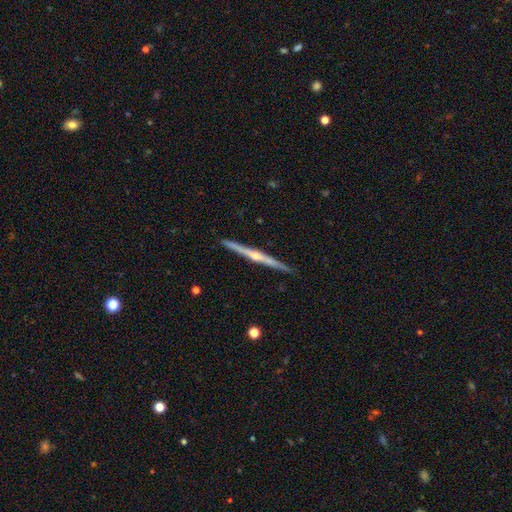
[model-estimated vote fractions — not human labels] A featured or disk galaxy (81%) viewed edge-on (98%) with a rounded central bulge (83%).

Vote fractions:
- Smooth or featured? featured or disk: 81% / smooth: 14% / star or artifact: 5%
- Edge-on disk? yes: 98% / no: 2%
- Edge-on bulge? rounded: 83% / none: 13% / boxy: 4%
- Merging? none: 92% / minor disturbance: 6% / major disturbance: 1% / merger: 1%